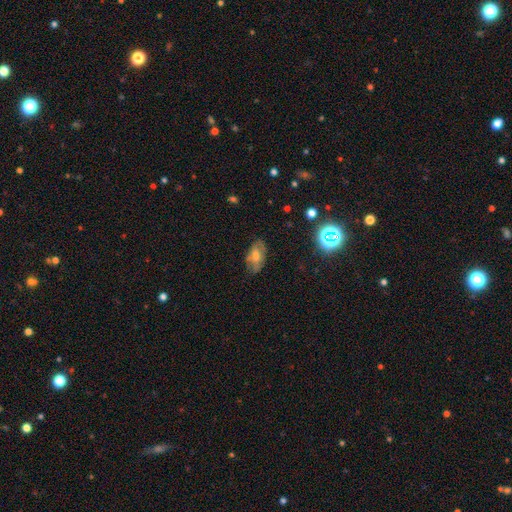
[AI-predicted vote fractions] A featured or disk galaxy (44%). Merging: none (70%).